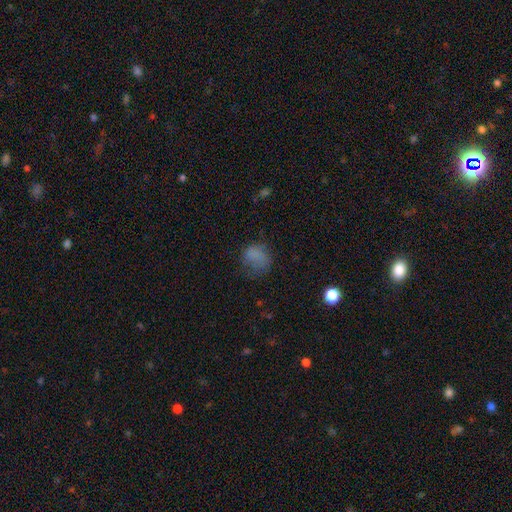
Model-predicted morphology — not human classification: A smooth galaxy with no disk features (71%) that is round (57%).

Vote fractions:
- Smooth or featured? smooth: 71% / star or artifact: 16% / featured or disk: 13%
- How rounded? round: 57% / in between: 42% / cigar-shaped: 1%
- Merging? none: 46% / minor disturbance: 26% / major disturbance: 25% / merger: 2%